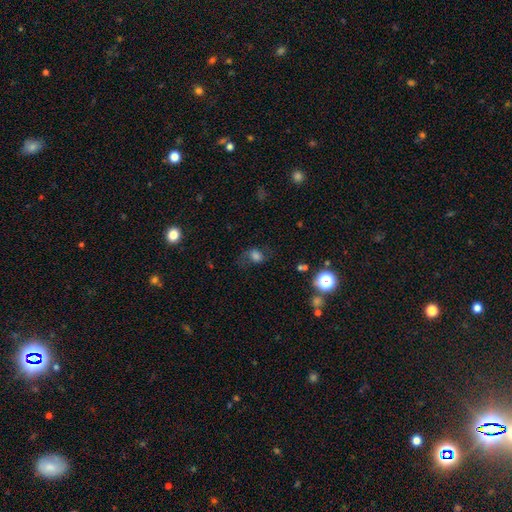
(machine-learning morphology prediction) Q: Smooth or featured?
A: smooth (65%); runner-up: featured or disk (19%)
Q: How rounded?
A: in between (56%); runner-up: round (42%)
Q: Merging?
A: none (58%); runner-up: minor disturbance (22%)